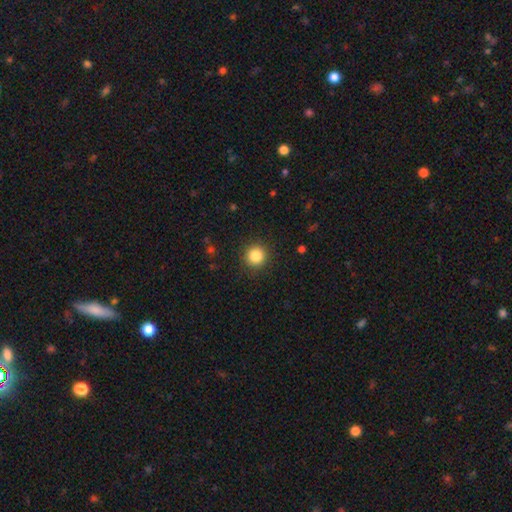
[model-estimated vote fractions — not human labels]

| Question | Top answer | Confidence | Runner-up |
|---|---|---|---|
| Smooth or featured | smooth | 84% | star or artifact (11%) |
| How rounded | round | 94% | in between (5%) |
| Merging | none | 91% | minor disturbance (6%) |